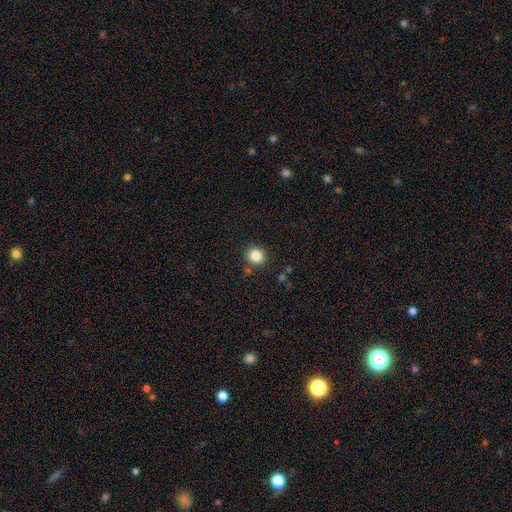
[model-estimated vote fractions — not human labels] Smooth or featured? Predicted: smooth (p=0.85). How rounded? Predicted: round (p=0.90). Merging? Predicted: none (p=0.86).